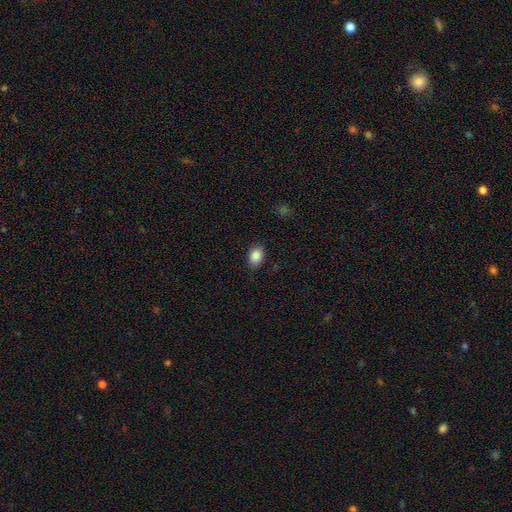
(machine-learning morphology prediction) type=smooth (87%); roundness=in between (74%); merging=none (85%).